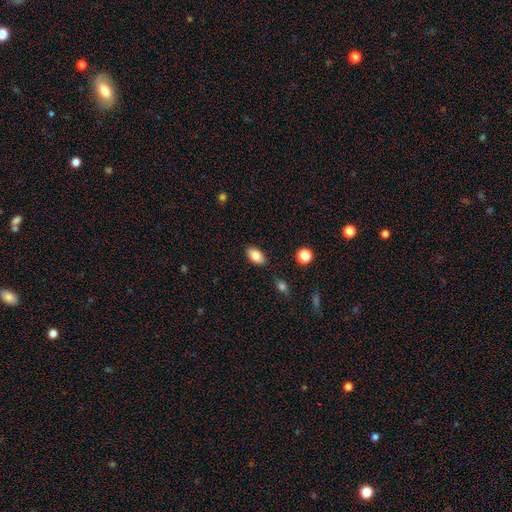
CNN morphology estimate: Overall: smooth (84%). How rounded: in between (91%). Merging: none (86%).